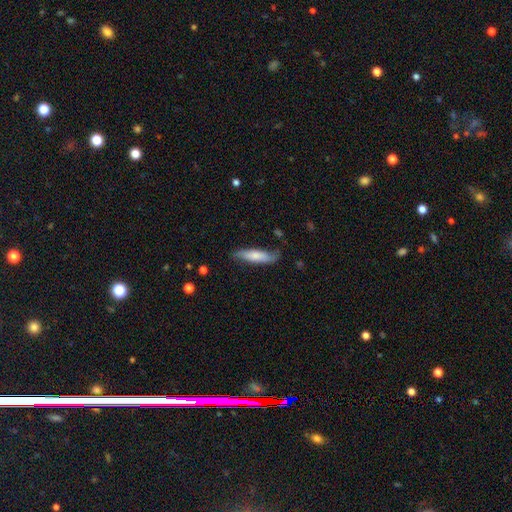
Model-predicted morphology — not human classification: smooth 68%, featured or disk 26%, star or artifact 6%. Down the decision tree: how rounded — cigar-shaped (71%); merging — none (71%).